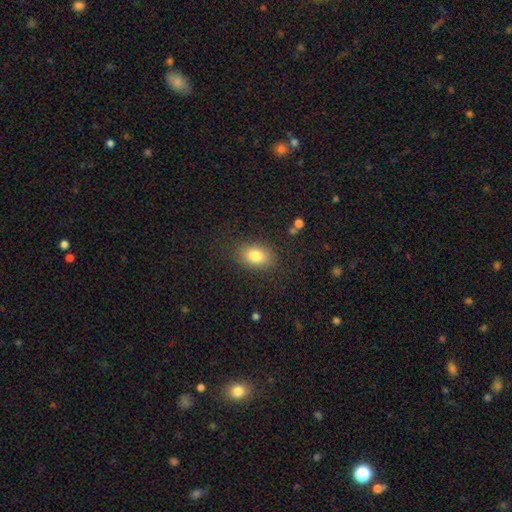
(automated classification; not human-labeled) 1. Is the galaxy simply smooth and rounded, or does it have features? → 81% smooth, 9% featured or disk, 9% star or artifact.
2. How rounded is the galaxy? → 76% in between, 23% round, 1% cigar-shaped.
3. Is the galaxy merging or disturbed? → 84% none, 11% minor disturbance, 4% major disturbance, 1% merger.